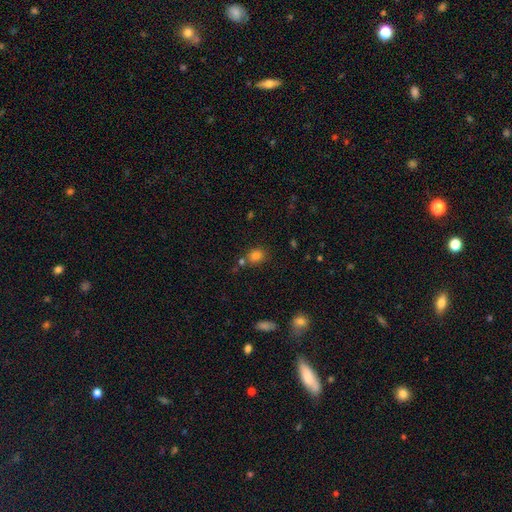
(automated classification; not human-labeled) The model was most divided on "how rounded": round: 61%, in between: 38%, cigar-shaped: 1%. More confident: smooth or featured — smooth (81%); merging — none (69%).